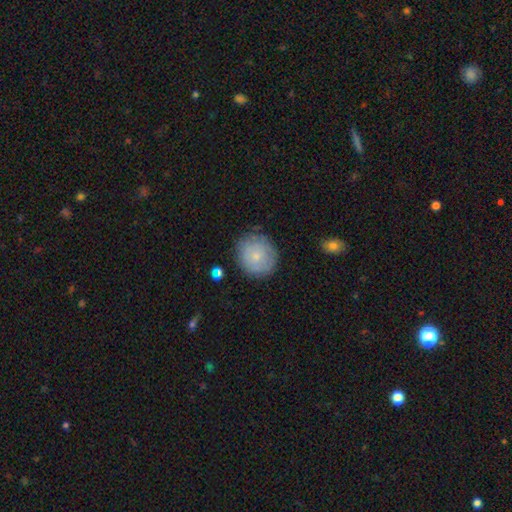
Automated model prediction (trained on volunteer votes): smooth-or-featured: smooth: 68% | featured or disk: 24% | star or artifact: 8%
  how-rounded: round: 85% | in between: 14% | cigar-shaped: 1%
  merging: none: 78% | minor disturbance: 16% | major disturbance: 4% | merger: 2%